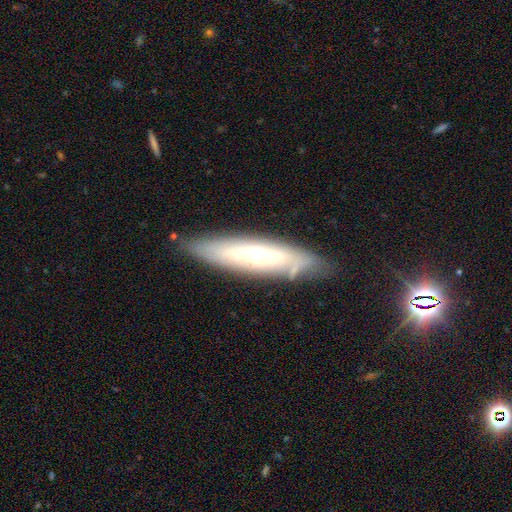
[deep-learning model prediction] A featured or disk galaxy (53%) viewed edge-on (54%).

Vote fractions:
- Smooth or featured? featured or disk: 53% / smooth: 40% / star or artifact: 7%
- Edge-on disk? yes: 54% / no: 46%
- Merging? none: 76% / minor disturbance: 16% / major disturbance: 5% / merger: 3%